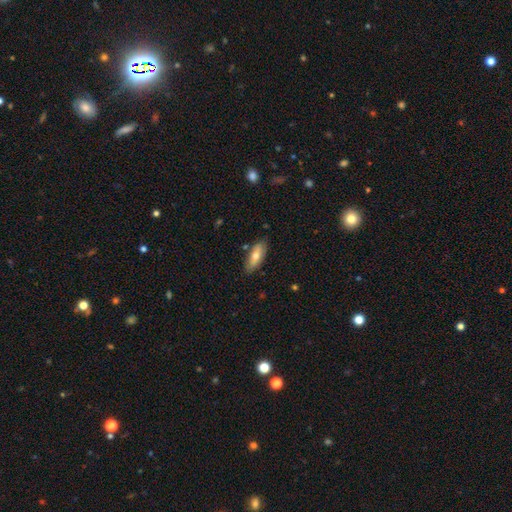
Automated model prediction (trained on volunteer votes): The model was most divided on "smooth or featured": smooth: 65%, featured or disk: 29%, star or artifact: 6%. More confident: merging — none (82%); how rounded — in between (73%).